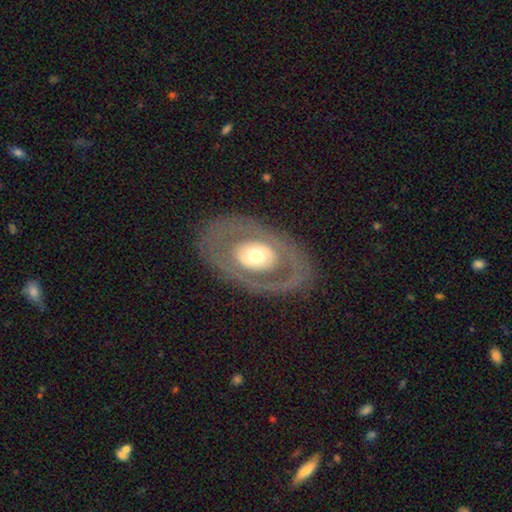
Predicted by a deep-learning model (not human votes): This appears to be a featured or disk galaxy (63%) with no bar (86%), no spiral arms (86%) and a moderate central bulge (61%). Merging: none (81%).